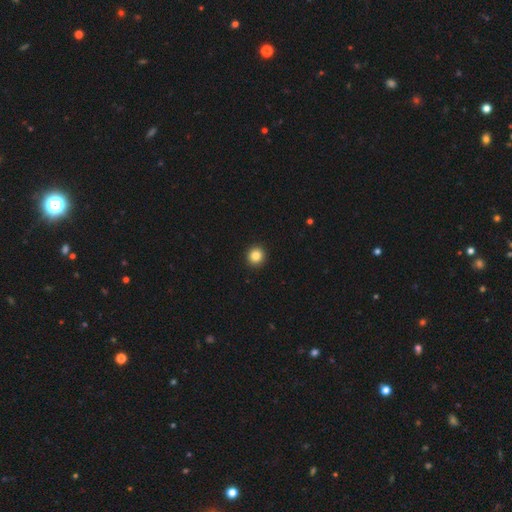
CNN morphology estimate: Overall: smooth (85%). How rounded: round (94%). Merging: none (94%).